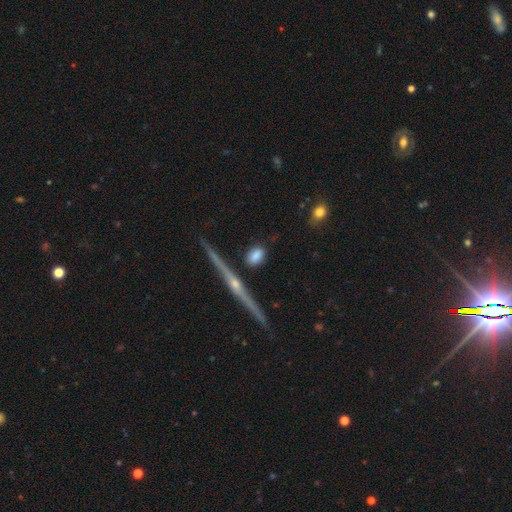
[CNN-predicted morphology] Q: Smooth or featured?
A: smooth (76%); runner-up: featured or disk (16%)
Q: How rounded?
A: in between (67%); runner-up: round (25%)
Q: Merging?
A: none (79%); runner-up: minor disturbance (13%)